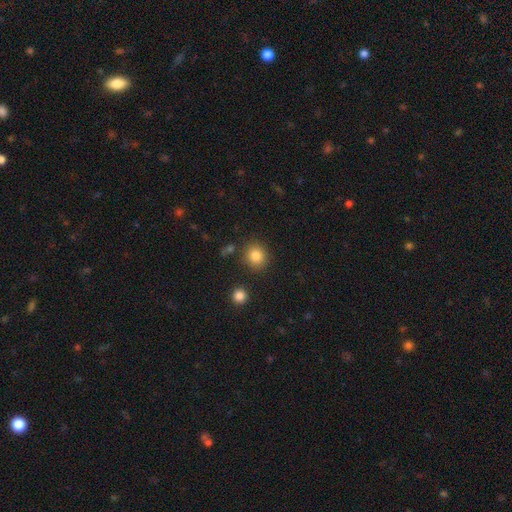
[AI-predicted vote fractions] Smooth or featured?
  - smooth: 85% *
  - star or artifact: 10%
  - featured or disk: 6%
How rounded?
  - round: 85% *
  - in between: 14%
  - cigar-shaped: 1%
Merging?
  - none: 85% *
  - minor disturbance: 9%
  - merger: 4%
  - major disturbance: 3%